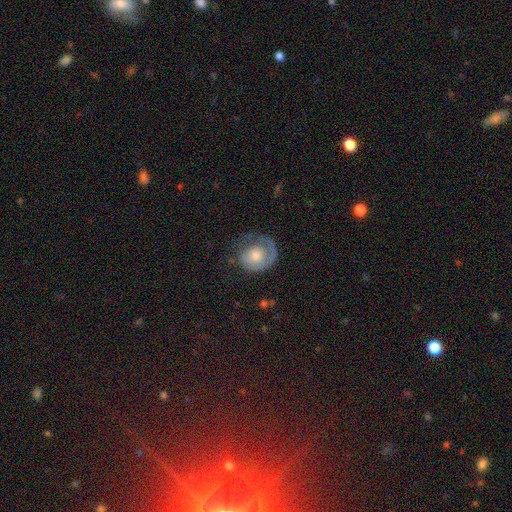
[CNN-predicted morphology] featured or disk 58%, smooth 36%, star or artifact 6%. Down the decision tree: edge-on disk — no (98%); bar — no (82%); spiral arms — yes (76%); bulge size — moderate (50%); merging — none (53%).